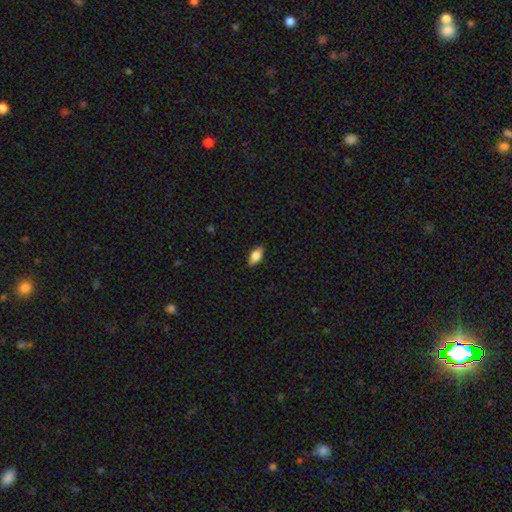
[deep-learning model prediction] Smooth or featured? smooth (81%)
How rounded? in between (88%)
Merging? none (87%)